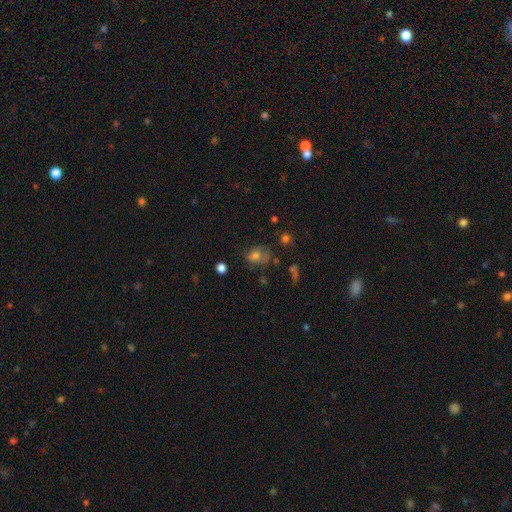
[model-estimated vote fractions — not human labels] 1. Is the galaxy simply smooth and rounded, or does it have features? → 61% smooth, 21% featured or disk, 18% star or artifact.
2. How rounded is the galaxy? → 56% in between, 42% round, 2% cigar-shaped.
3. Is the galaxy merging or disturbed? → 45% none, 28% minor disturbance, 21% major disturbance, 7% merger.